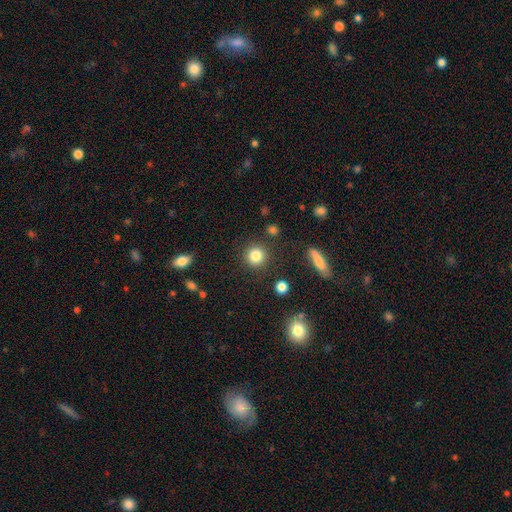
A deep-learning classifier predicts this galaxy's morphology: Smooth or featured? Predicted: smooth (p=0.84). How rounded? Predicted: round (p=0.91). Merging? Predicted: none (p=0.88).